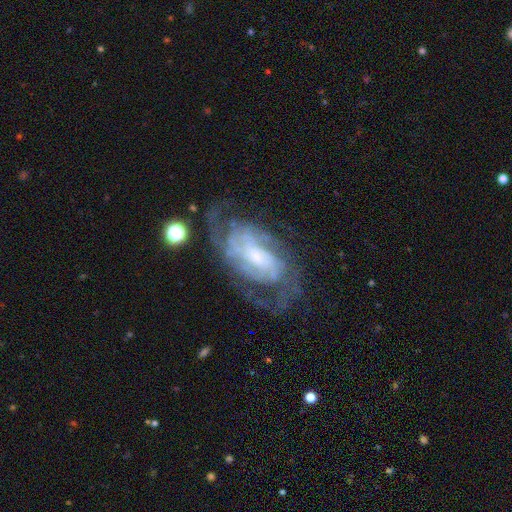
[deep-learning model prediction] A featured or disk galaxy (84%) with no bar (48%), 2 (39%) tight (47%) spiral arms (93%) and a small central bulge (44%). Merging: none (61%).